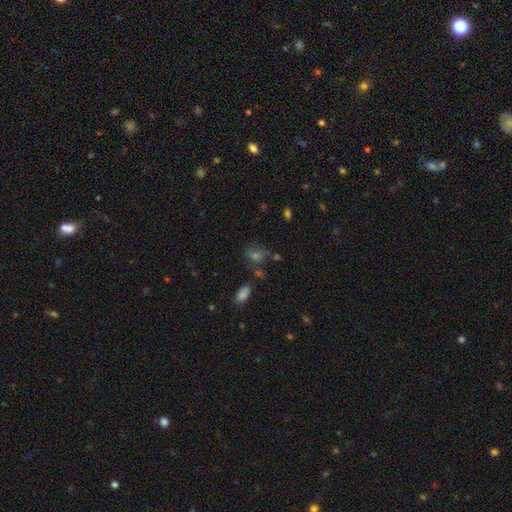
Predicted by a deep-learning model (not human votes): A smooth galaxy with no disk features (48%). Merging: none (62%).